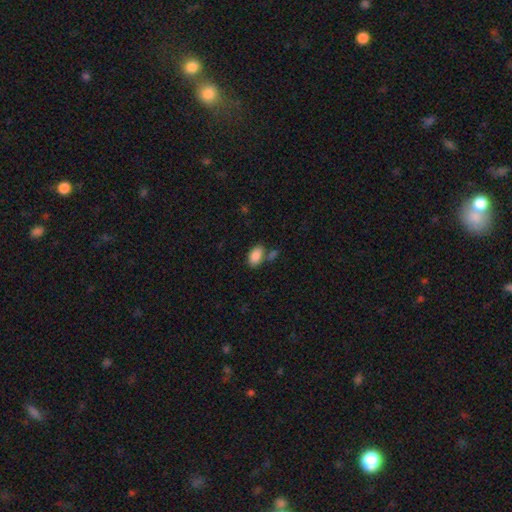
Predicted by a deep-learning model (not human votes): The model was most divided on "merging": none: 63%, merger: 19%, minor disturbance: 14%, major disturbance: 4%. More confident: how rounded — in between (92%); smooth or featured — smooth (87%).